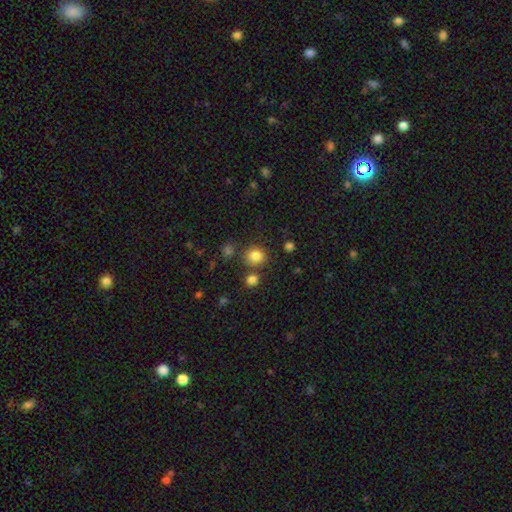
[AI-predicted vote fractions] Q: Smooth or featured?
A: smooth (82%); runner-up: star or artifact (13%)
Q: How rounded?
A: round (81%); runner-up: in between (18%)
Q: Merging?
A: none (78%); runner-up: minor disturbance (10%)